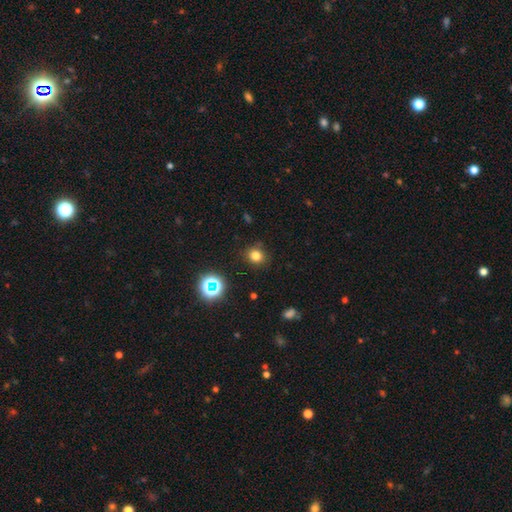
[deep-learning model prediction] Morphology: type=smooth (76%); roundness=round (80%); merging=none (86%).